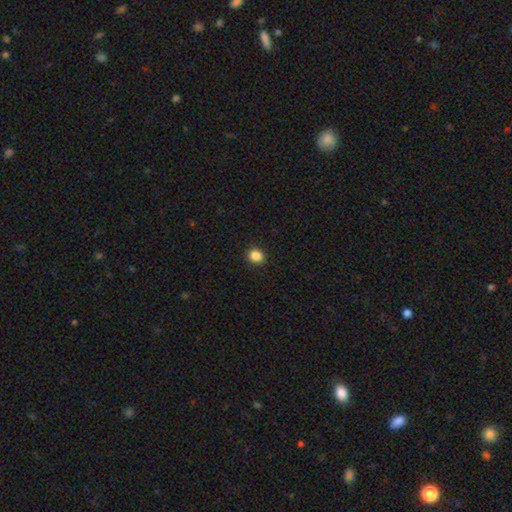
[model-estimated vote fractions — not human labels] Smooth or featured?
  - smooth: 86% *
  - star or artifact: 10%
  - featured or disk: 4%
How rounded?
  - round: 69% *
  - in between: 30%
  - cigar-shaped: 1%
Merging?
  - none: 91% *
  - minor disturbance: 6%
  - major disturbance: 2%
  - merger: 1%